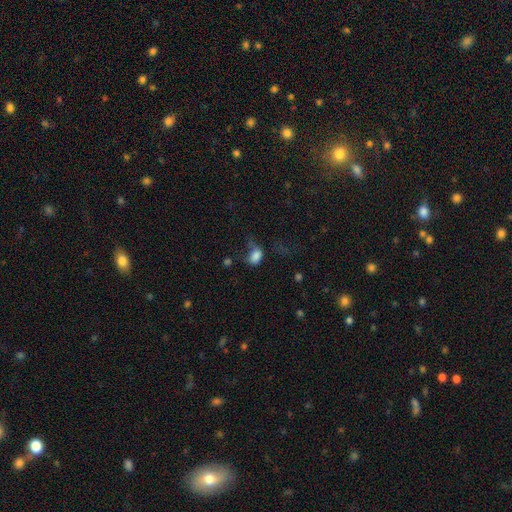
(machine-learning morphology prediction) Smooth or featured?
  - smooth: 74% *
  - featured or disk: 13%
  - star or artifact: 13%
How rounded?
  - in between: 78% *
  - round: 20%
  - cigar-shaped: 2%
Merging?
  - major disturbance: 47% *
  - none: 24%
  - minor disturbance: 23%
  - merger: 6%